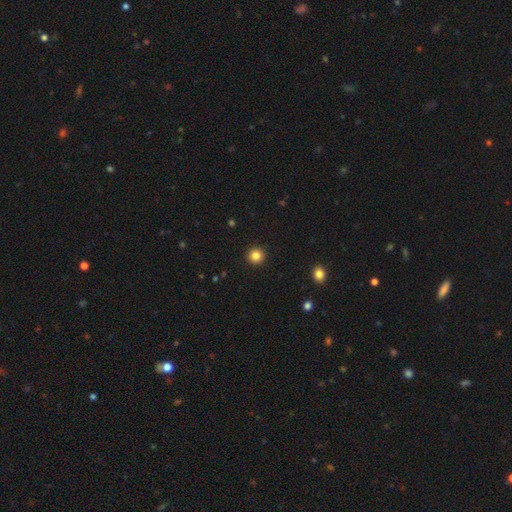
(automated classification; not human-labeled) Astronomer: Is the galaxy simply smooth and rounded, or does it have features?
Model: smooth — 84%.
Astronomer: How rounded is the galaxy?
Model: round — 95%.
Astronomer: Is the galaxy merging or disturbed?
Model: none — 94%.